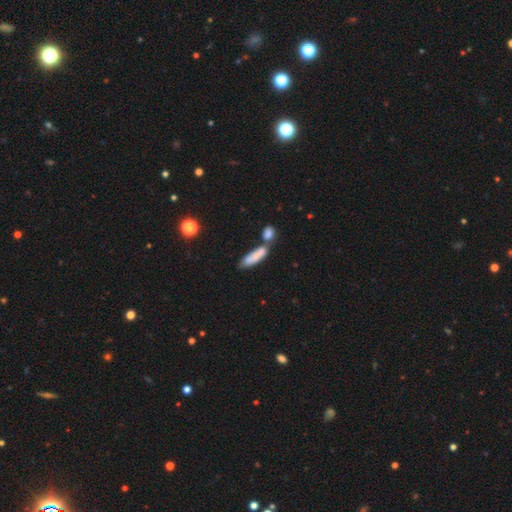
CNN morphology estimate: Q: Smooth or featured?
A: smooth (79%); runner-up: featured or disk (14%)
Q: How rounded?
A: cigar-shaped (61%); runner-up: in between (36%)
Q: Merging?
A: merger (44%); runner-up: none (38%)